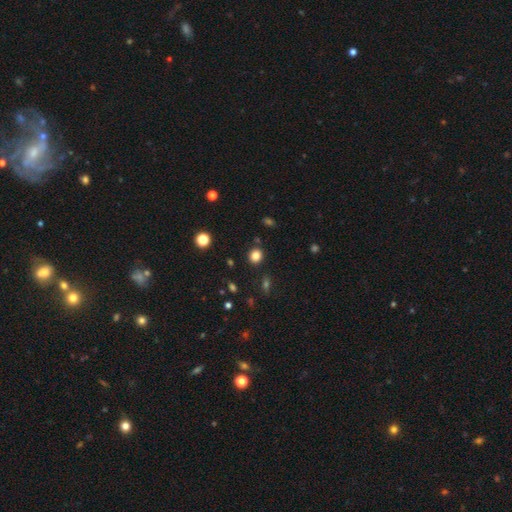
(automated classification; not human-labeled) Overall: smooth (82%). How rounded: round (83%). Merging: none (88%).